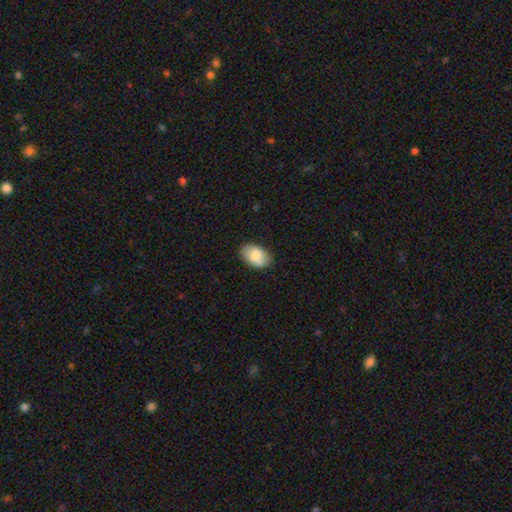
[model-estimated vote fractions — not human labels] Morphology: type=smooth (80%); roundness=in between (89%); merging=none (79%).